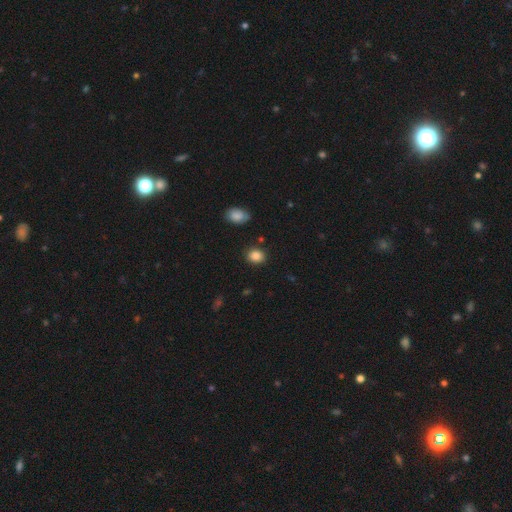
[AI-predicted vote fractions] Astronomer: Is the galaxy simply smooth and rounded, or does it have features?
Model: smooth — 86%.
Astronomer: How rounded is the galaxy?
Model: round — 56% (runner-up: in between, 43%).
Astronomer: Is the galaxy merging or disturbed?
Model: none — 86%.